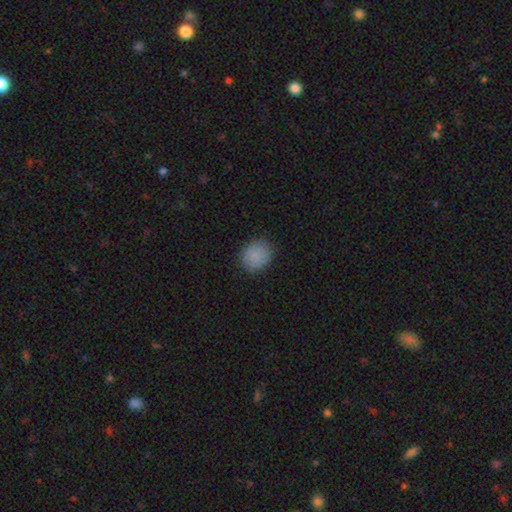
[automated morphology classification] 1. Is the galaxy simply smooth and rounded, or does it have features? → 86% smooth, 9% star or artifact, 4% featured or disk.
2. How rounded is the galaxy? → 70% round, 29% in between, 1% cigar-shaped.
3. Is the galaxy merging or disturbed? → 84% none, 12% minor disturbance, 3% major disturbance, 1% merger.